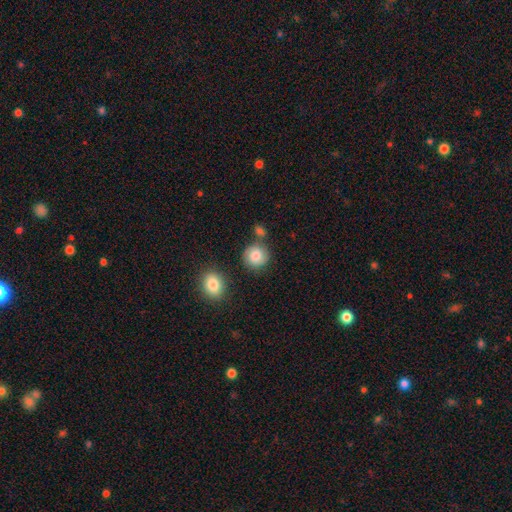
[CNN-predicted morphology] smooth 81%, featured or disk 10%, star or artifact 8%. Down the decision tree: how rounded — round (88%); merging — none (73%).